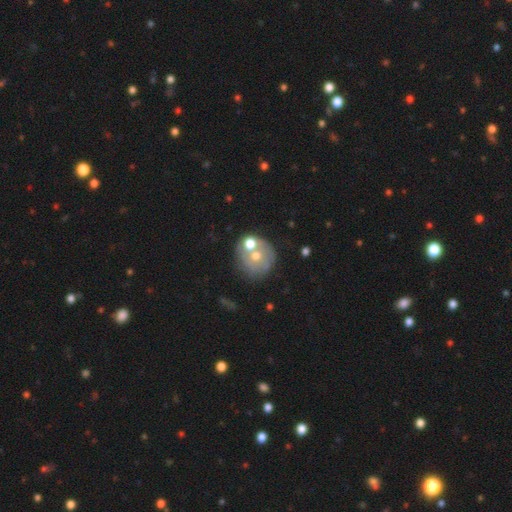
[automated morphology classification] This appears to be a featured or disk galaxy (46%). Merging: none (47%).